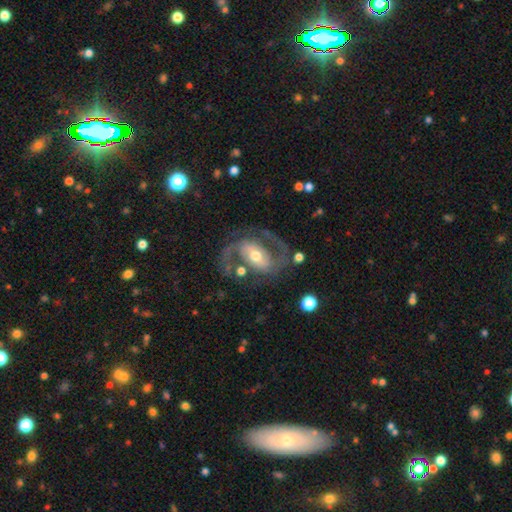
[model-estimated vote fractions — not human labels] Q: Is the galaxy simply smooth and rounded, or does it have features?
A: featured or disk — 89%.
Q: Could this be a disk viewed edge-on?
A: no — 97%.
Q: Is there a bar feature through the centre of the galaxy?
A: weak — 40%.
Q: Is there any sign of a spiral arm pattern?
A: yes — 96%.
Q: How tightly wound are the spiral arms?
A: medium — 60%.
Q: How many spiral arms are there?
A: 2 — 92%.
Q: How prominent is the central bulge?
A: moderate — 65%.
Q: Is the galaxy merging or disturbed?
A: none — 70%.